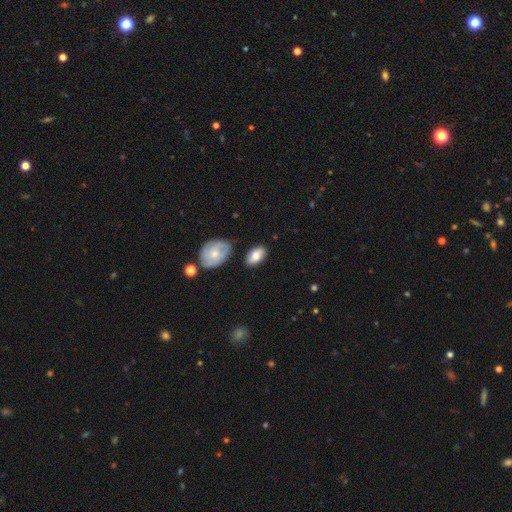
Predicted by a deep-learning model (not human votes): smooth 73%, featured or disk 21%, star or artifact 6%. Down the decision tree: how rounded — in between (91%); merging — none (76%).